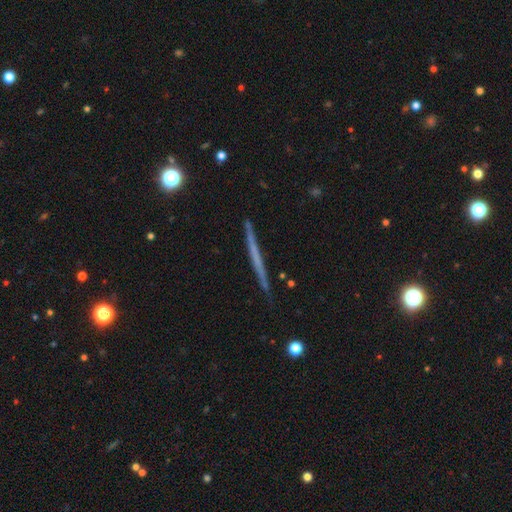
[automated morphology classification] Smooth or featured? featured or disk (56%)
Edge-on disk? yes (97%)
Edge-on bulge? none (91%)
Merging? none (90%)